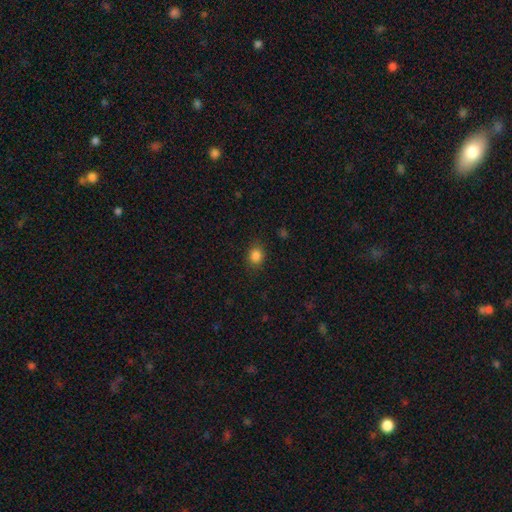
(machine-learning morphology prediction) smooth_or_featured: smooth (p=0.85) [alt: star or artifact p=0.11]
how_rounded: round (p=0.65) [alt: in between p=0.34]
merging: none (p=0.86) [alt: minor disturbance p=0.10]